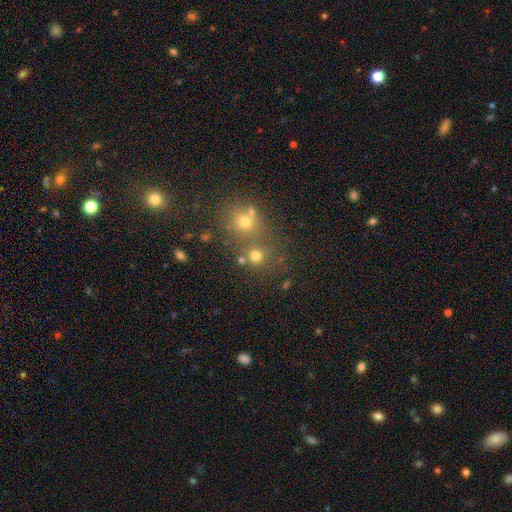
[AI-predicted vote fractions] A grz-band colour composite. It shows a smooth galaxy with no disk features (69%) that is round (87%). Merging: none (59%).